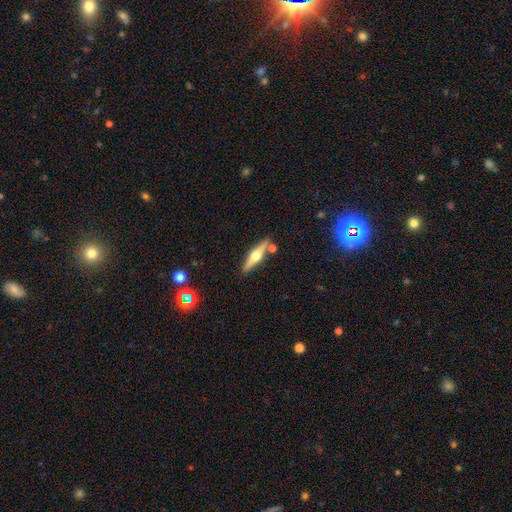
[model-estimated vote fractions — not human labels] Smooth or featured: featured or disk — 70% (smooth — 24%)
Edge-on disk: yes — 97% (no — 3%)
Edge-on bulge: rounded — 96% (boxy — 3%)
Merging: none — 82% (minor disturbance — 9%)